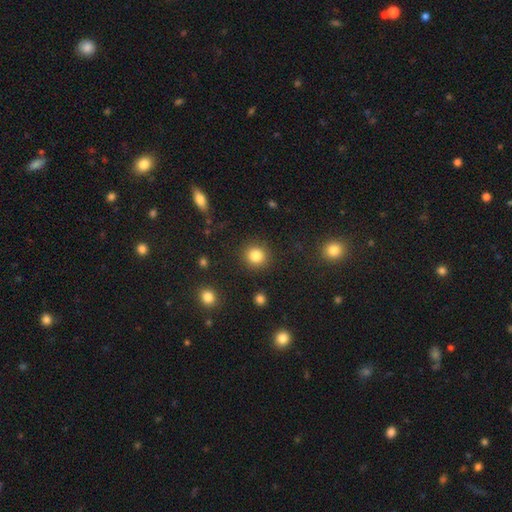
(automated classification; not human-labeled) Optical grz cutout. It shows a smooth galaxy with no disk features (84%) that is round (92%). Merging: none (90%).